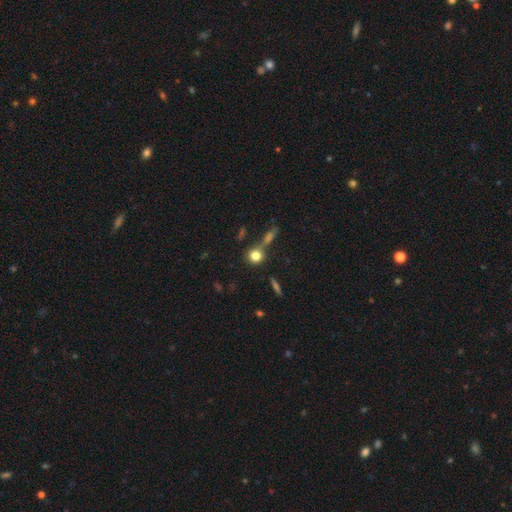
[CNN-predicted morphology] This is likely a smooth galaxy (79%). How rounded: clearly round (82%). Merging: likely none (62%).